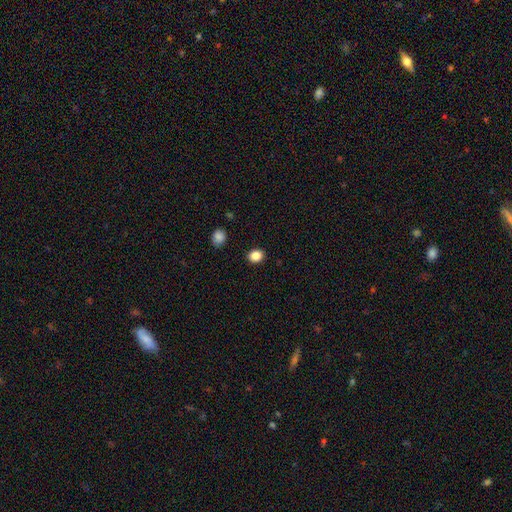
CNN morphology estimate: type=smooth (86%); roundness=round (53%); merging=none (90%).